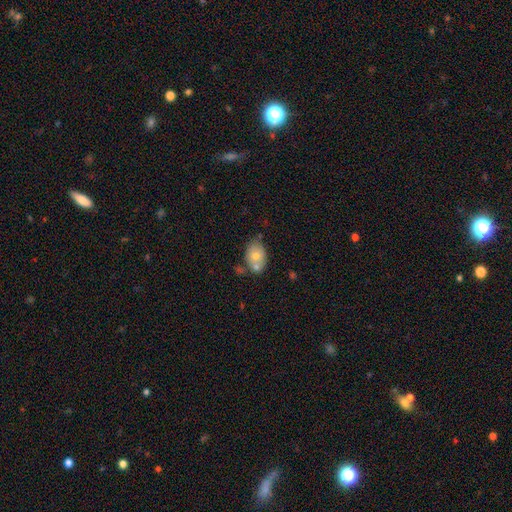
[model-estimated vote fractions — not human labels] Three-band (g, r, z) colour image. It shows a smooth galaxy with no disk features (67%) that is in between round and cigar-shaped (77%). Merging: none (49%).